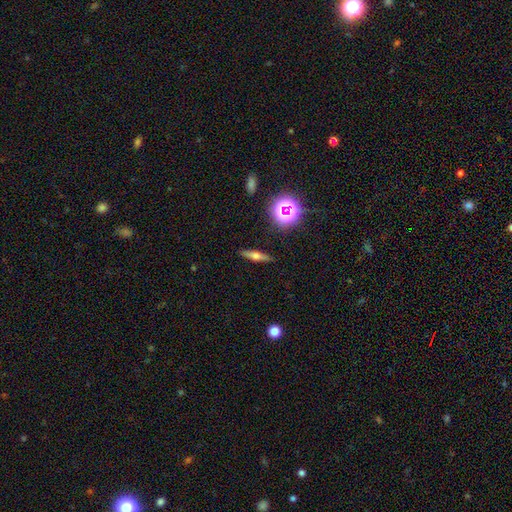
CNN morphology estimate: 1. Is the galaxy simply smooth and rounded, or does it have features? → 44% featured or disk, 42% smooth, 13% star or artifact.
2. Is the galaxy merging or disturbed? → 89% none, 7% minor disturbance, 2% major disturbance, 1% merger.